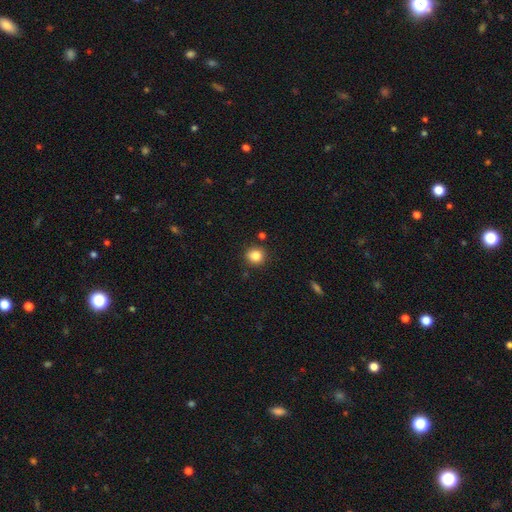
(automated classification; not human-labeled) This appears to be a smooth galaxy with no disk features (84%) that is round (87%). Merging: none (88%).